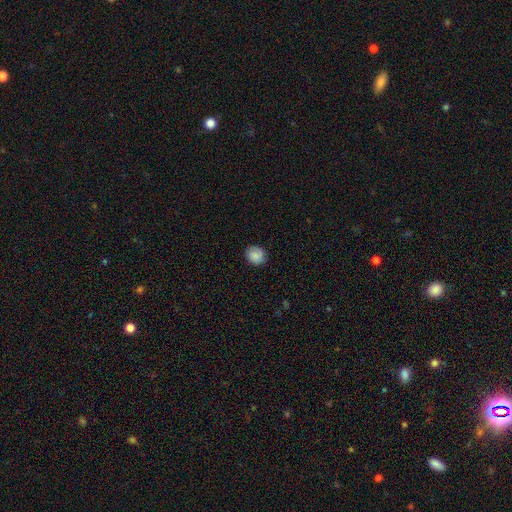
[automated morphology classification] Smooth or featured? smooth (85%)
How rounded? round (79%)
Merging? none (87%)